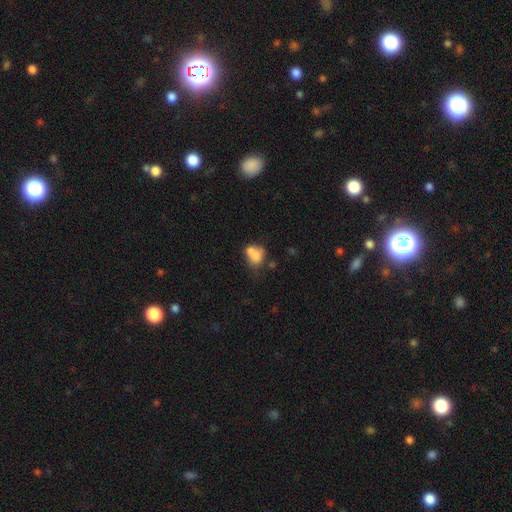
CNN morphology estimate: Smooth or featured? smooth (69%)
How rounded? in between (55%)
Merging? merger (54%)